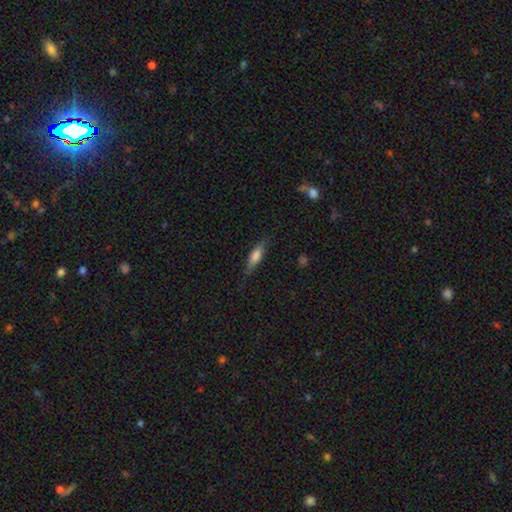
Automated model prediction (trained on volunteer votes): Overall: smooth (64%; featured or disk 29%). How rounded: cigar-shaped (58%; in between 40%). Merging: none (77%).